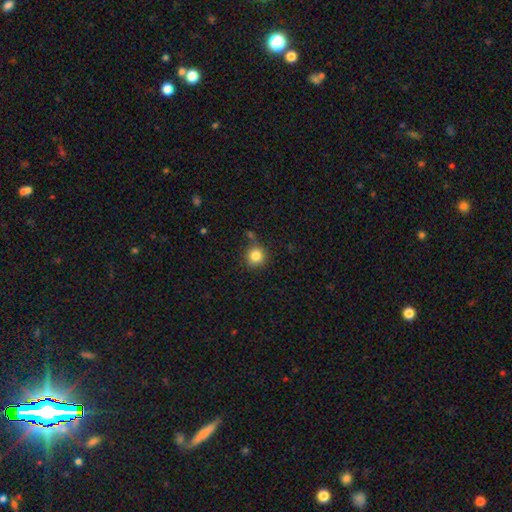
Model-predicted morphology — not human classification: smooth-or-featured: smooth: 84% | star or artifact: 11% | featured or disk: 6%
  how-rounded: round: 93% | in between: 6% | cigar-shaped: 1%
  merging: none: 77% | minor disturbance: 12% | merger: 7% | major disturbance: 4%